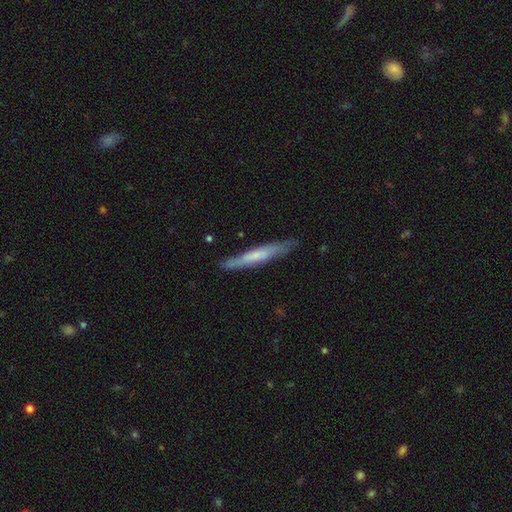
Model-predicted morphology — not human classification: Q: Smooth or featured?
A: smooth (51%); runner-up: featured or disk (44%)
Q: How rounded?
A: cigar-shaped (94%); runner-up: in between (4%)
Q: Merging?
A: none (81%); runner-up: minor disturbance (15%)